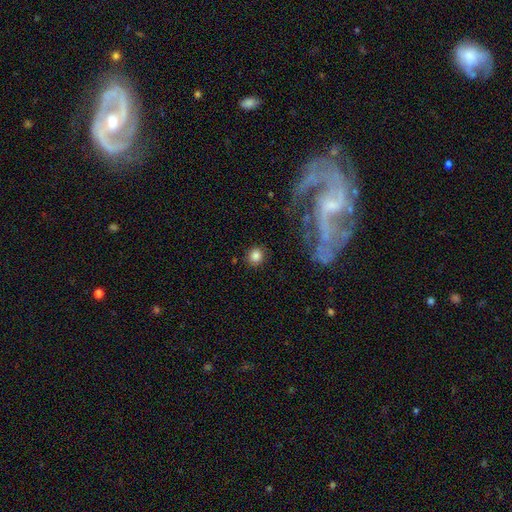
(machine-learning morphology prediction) The model was most divided on "smooth or featured": smooth: 82%, star or artifact: 10%, featured or disk: 7%. More confident: how rounded — round (88%); merging — none (87%).